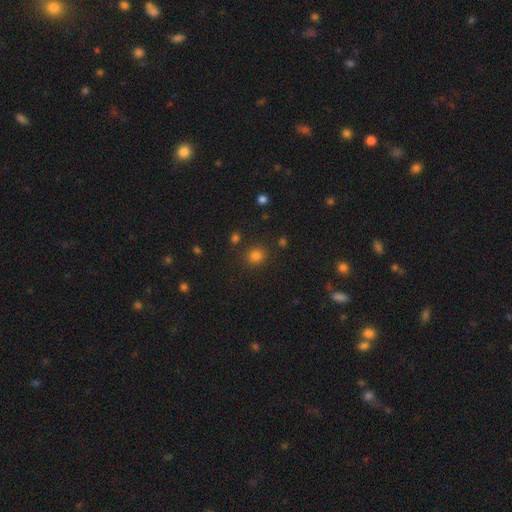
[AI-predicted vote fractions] smooth-or-featured: smooth: 78% | star or artifact: 16% | featured or disk: 6%
  how-rounded: round: 79% | in between: 20% | cigar-shaped: 1%
  merging: none: 83% | minor disturbance: 9% | merger: 4% | major disturbance: 3%